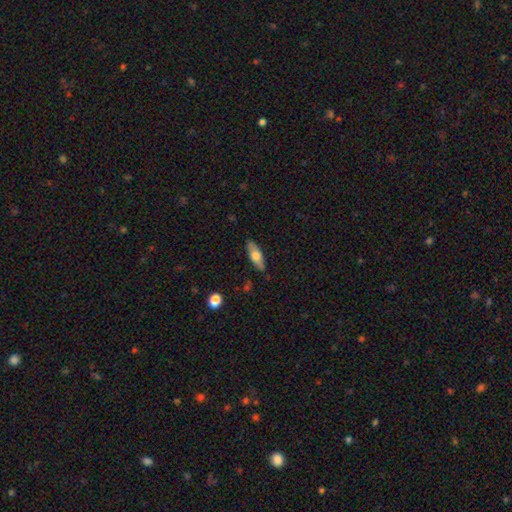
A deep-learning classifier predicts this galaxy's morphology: Smooth or featured? smooth (57%)
How rounded? in between (59%)
Merging? none (85%)